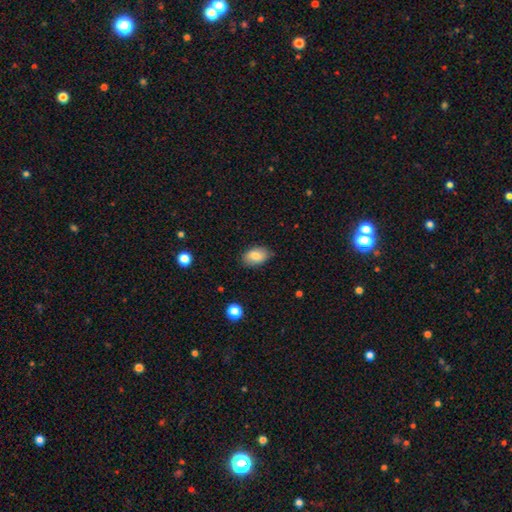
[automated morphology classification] A smooth galaxy with no disk features (81%) that is in between round and cigar-shaped (89%).

Vote fractions:
- Smooth or featured? smooth: 81% / featured or disk: 12% / star or artifact: 7%
- How rounded? in between: 89% / round: 9% / cigar-shaped: 1%
- Merging? none: 83% / minor disturbance: 13% / major disturbance: 3% / merger: 1%